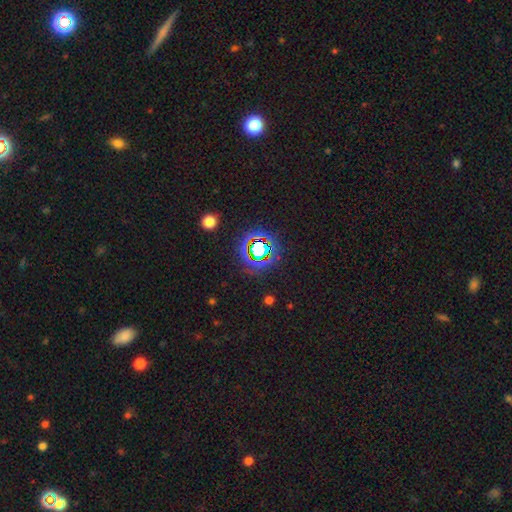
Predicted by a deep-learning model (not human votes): Smooth or featured? Predicted: star or artifact (p=0.78).